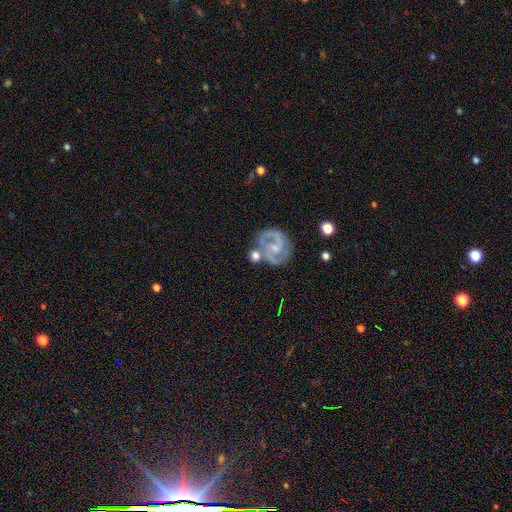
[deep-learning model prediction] The model was most divided on "bar": weak: 46%, no: 39%, strong: 15%. More confident: edge-on disk — no (96%); spiral arms — yes (93%); spiral arm count — 2 (85%); smooth or featured — featured or disk (75%); merging — none (60%); bulge size — small (57%); spiral winding — medium (52%).